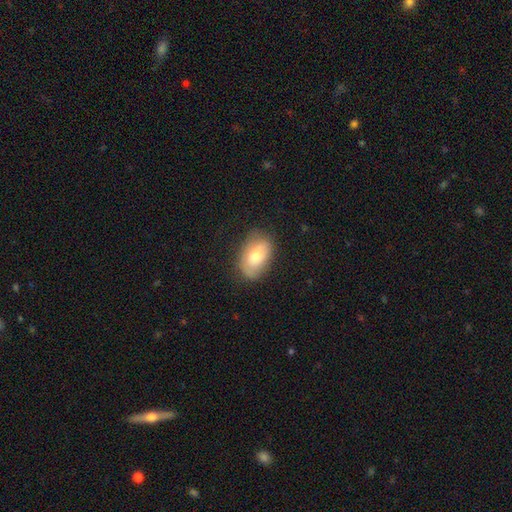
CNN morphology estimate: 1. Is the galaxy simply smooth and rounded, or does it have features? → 74% smooth, 20% featured or disk, 7% star or artifact.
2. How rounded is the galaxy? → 92% in between, 6% round, 2% cigar-shaped.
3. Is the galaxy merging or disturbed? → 77% none, 18% minor disturbance, 4% major disturbance, 1% merger.